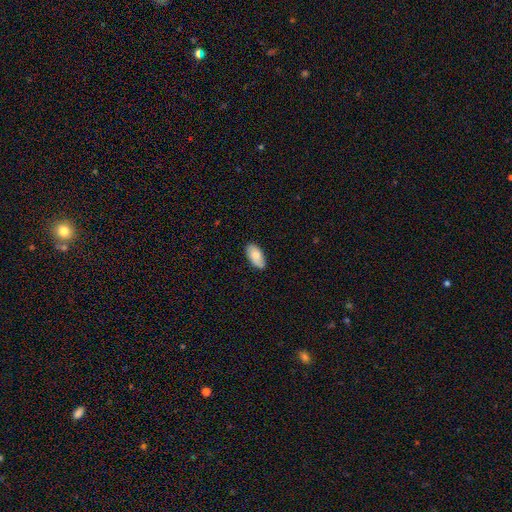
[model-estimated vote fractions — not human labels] Smooth or featured: smooth — 77% (featured or disk — 17%)
How rounded: in between — 94% (cigar-shaped — 4%)
Merging: none — 81% (minor disturbance — 15%)